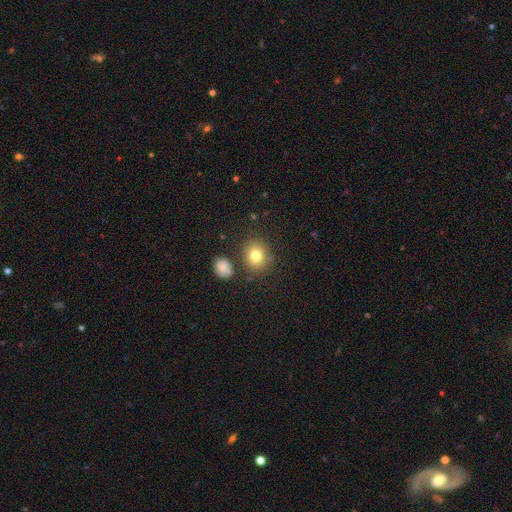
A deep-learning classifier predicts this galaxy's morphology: Smooth or featured? smooth (79%)
How rounded? round (71%)
Merging? none (81%)